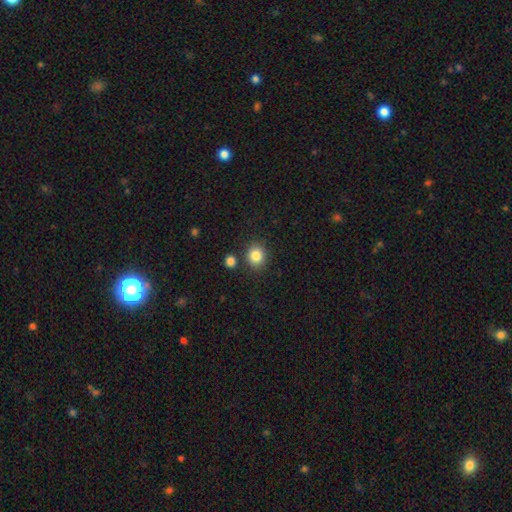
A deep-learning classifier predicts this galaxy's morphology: This is clearly a smooth galaxy (84%). How rounded: likely round (77%). Merging: clearly none (82%).